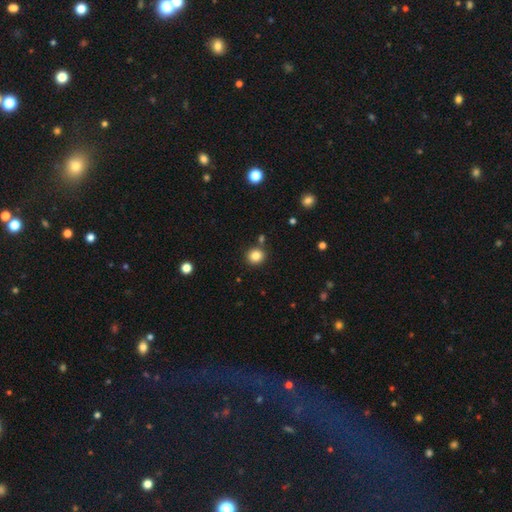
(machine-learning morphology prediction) Smooth or featured?
  - smooth: 84% *
  - star or artifact: 11%
  - featured or disk: 5%
How rounded?
  - round: 88% *
  - in between: 11%
  - cigar-shaped: 1%
Merging?
  - none: 85% *
  - minor disturbance: 7%
  - merger: 6%
  - major disturbance: 2%